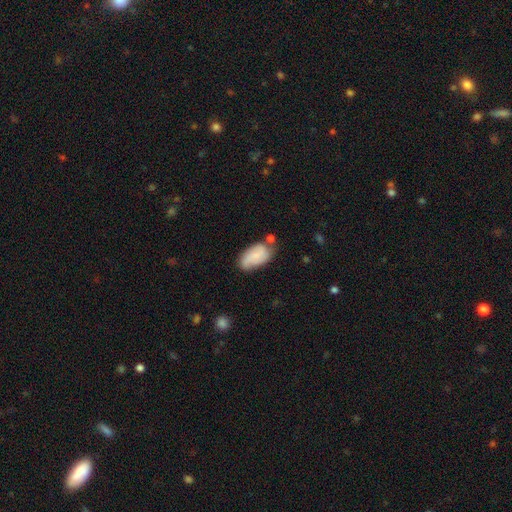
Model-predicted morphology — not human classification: type=smooth (63%); roundness=in between (92%); merging=none (49%).